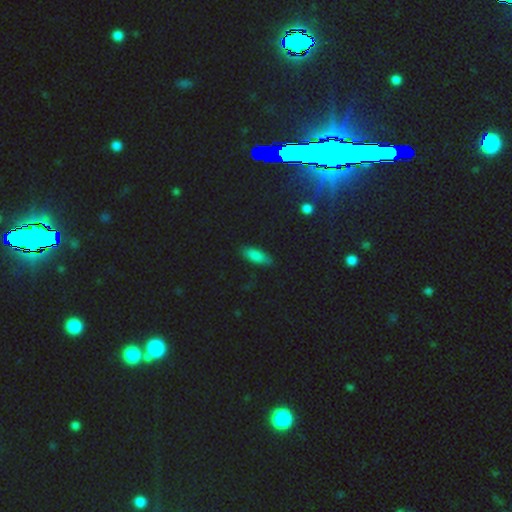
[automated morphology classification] Q: Smooth or featured?
A: smooth (78%); runner-up: star or artifact (15%)
Q: How rounded?
A: in between (77%); runner-up: cigar-shaped (20%)
Q: Merging?
A: none (83%); runner-up: minor disturbance (12%)